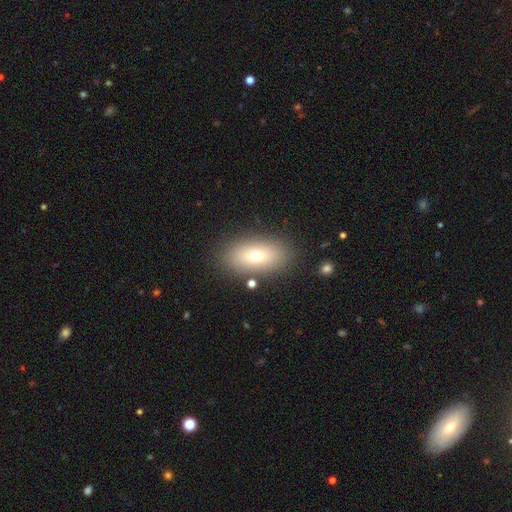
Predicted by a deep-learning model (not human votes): The model was most divided on "smooth or featured": smooth: 72%, featured or disk: 18%, star or artifact: 10%. More confident: how rounded — in between (88%); merging — none (85%).